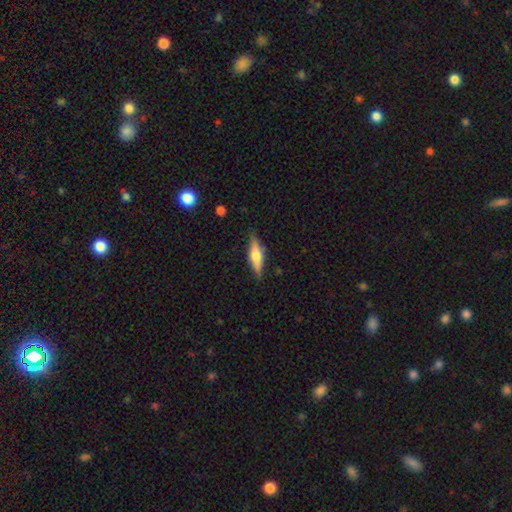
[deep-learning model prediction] Smooth or featured? featured or disk (51%)
Edge-on disk? yes (93%)
Merging? none (85%)